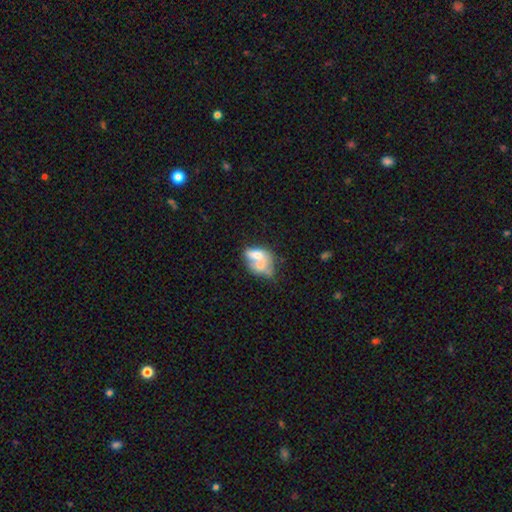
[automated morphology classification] Smooth or featured? Predicted: smooth (p=0.52). How rounded? Predicted: in between (p=0.73). Merging? Predicted: merger (p=0.59).